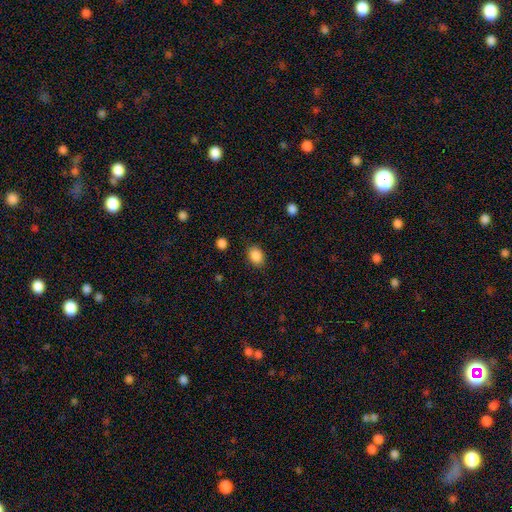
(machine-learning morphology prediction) smooth 88%, star or artifact 9%, featured or disk 4%. Down the decision tree: how rounded — in between (67%); merging — none (84%).